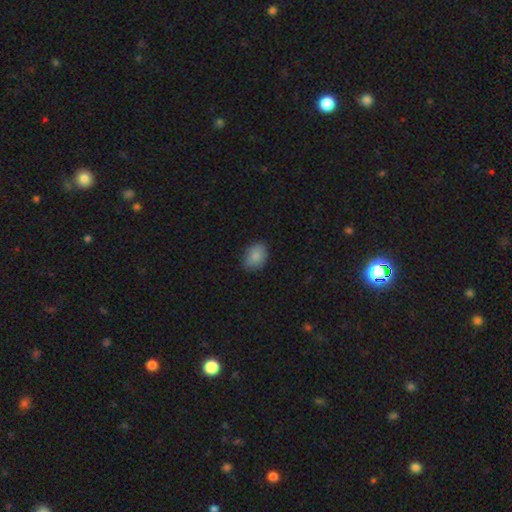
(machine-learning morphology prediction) A smooth galaxy with no disk features (86%) that is in between round and cigar-shaped (76%). Merging: none (80%).